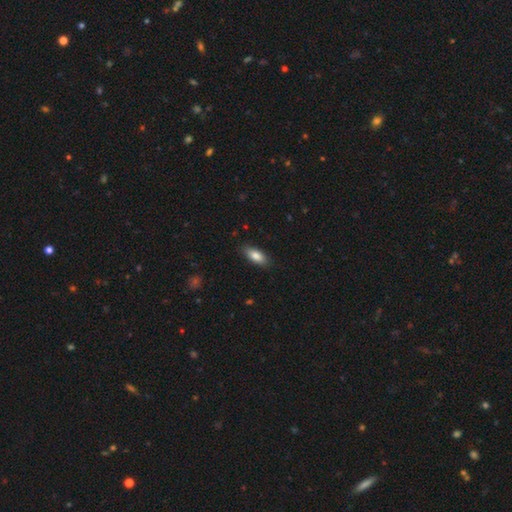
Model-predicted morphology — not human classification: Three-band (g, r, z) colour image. It shows a smooth galaxy with no disk features (84%) that is in between round and cigar-shaped (84%). Merging: none (85%).